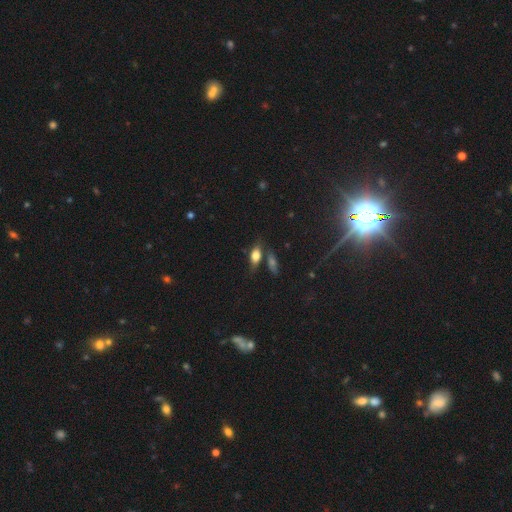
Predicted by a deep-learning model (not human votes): A smooth galaxy with no disk features (71%) that is in between round and cigar-shaped (78%). Merging: none (61%).